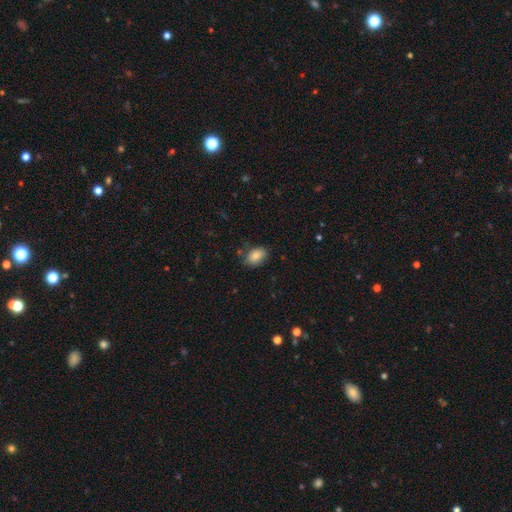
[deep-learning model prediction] Morphology: type=smooth (84%); roundness=in between (87%); merging=none (77%).